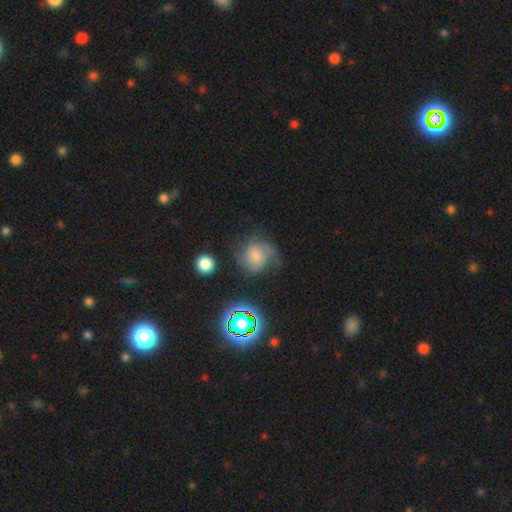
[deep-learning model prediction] smooth_or_featured: smooth (p=0.44) [alt: featured or disk p=0.42]
merging: none (p=0.51) [alt: minor disturbance p=0.24]